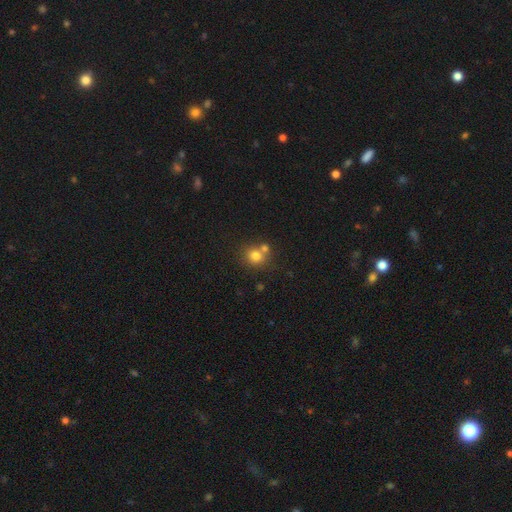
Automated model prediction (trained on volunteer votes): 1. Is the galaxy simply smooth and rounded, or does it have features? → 78% smooth, 13% star or artifact, 10% featured or disk.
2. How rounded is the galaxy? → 79% round, 20% in between, 1% cigar-shaped.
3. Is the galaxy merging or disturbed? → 56% none, 31% merger, 10% minor disturbance, 3% major disturbance.